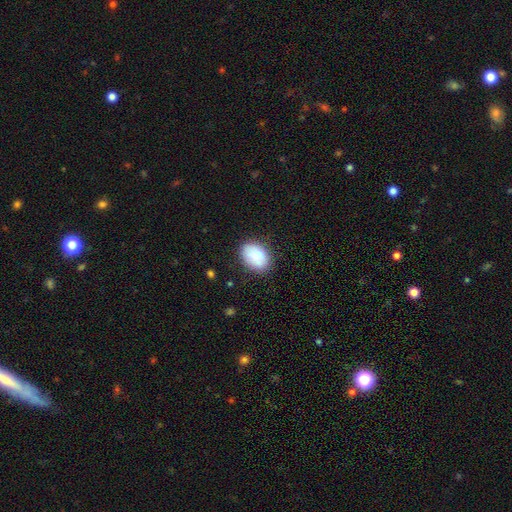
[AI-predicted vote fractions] Smooth or featured?
  - smooth: 83% *
  - featured or disk: 10%
  - star or artifact: 7%
How rounded?
  - in between: 79% *
  - round: 20%
  - cigar-shaped: 1%
Merging?
  - none: 79% *
  - minor disturbance: 15%
  - major disturbance: 4%
  - merger: 2%